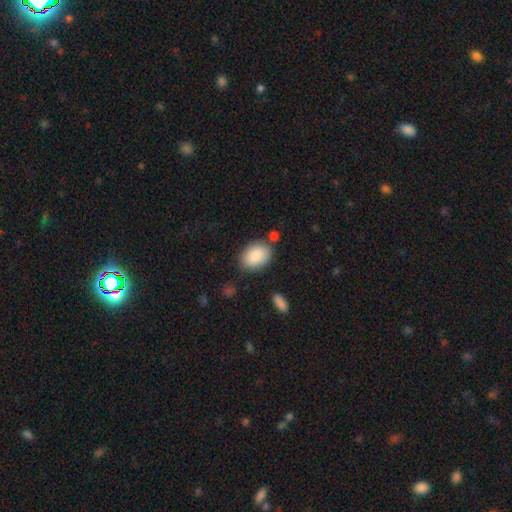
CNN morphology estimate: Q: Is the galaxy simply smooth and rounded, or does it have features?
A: smooth — 88%.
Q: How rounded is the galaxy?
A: in between — 83%.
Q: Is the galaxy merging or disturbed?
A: none — 75%.